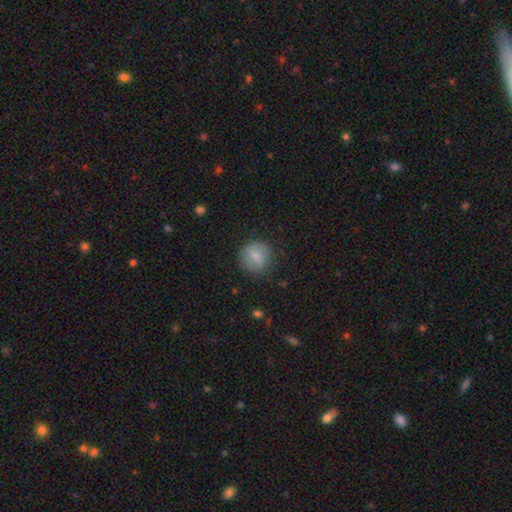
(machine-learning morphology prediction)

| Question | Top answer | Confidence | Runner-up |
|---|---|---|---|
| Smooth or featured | smooth | 78% | featured or disk (15%) |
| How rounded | round | 87% | in between (12%) |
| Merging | none | 80% | minor disturbance (14%) |